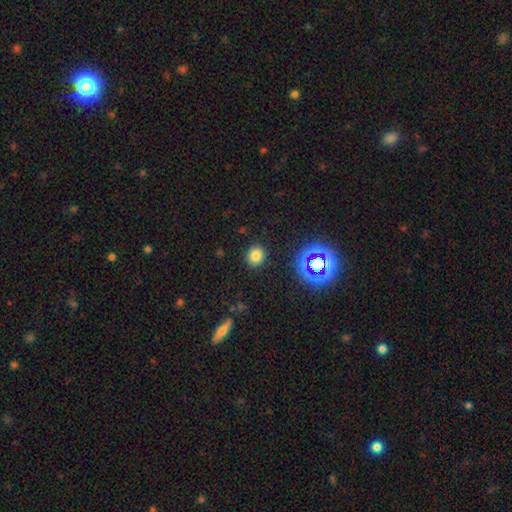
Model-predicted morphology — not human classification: smooth 76%, star or artifact 18%, featured or disk 6%. Down the decision tree: how rounded — round (74%); merging — none (89%).